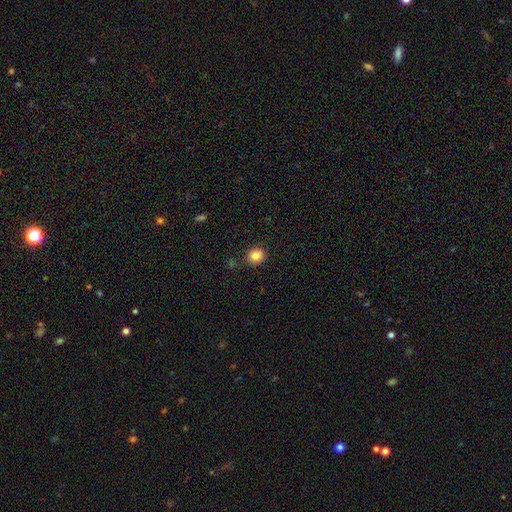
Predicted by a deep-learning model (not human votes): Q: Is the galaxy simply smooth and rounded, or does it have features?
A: smooth — 86%.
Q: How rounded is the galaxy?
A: round — 76%.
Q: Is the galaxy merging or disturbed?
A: none — 84%.